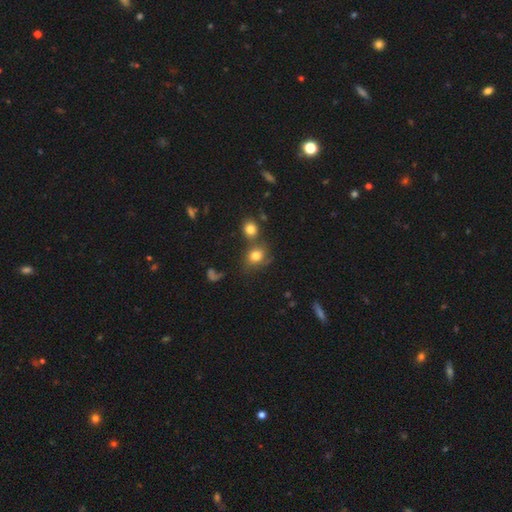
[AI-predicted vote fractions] Morphology: type=smooth (74%); roundness=round (66%); merging=none (50%).